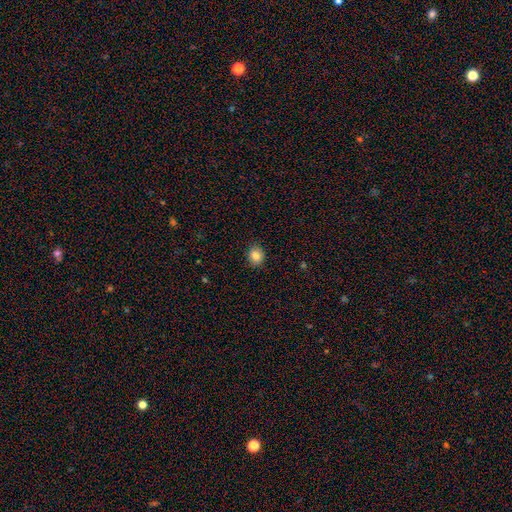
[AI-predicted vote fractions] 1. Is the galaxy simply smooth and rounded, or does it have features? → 84% smooth, 10% star or artifact, 7% featured or disk.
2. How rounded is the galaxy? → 69% round, 30% in between, 1% cigar-shaped.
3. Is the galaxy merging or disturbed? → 89% none, 8% minor disturbance, 2% major disturbance, 1% merger.